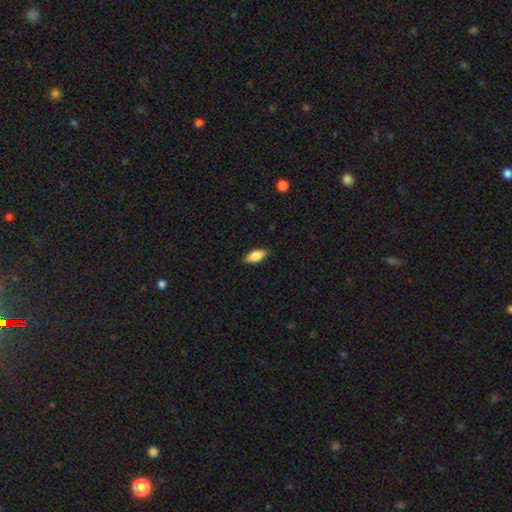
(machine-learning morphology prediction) The model was most divided on "smooth or featured": smooth: 85%, featured or disk: 9%, star or artifact: 6%. More confident: how rounded — in between (89%); merging — none (87%).